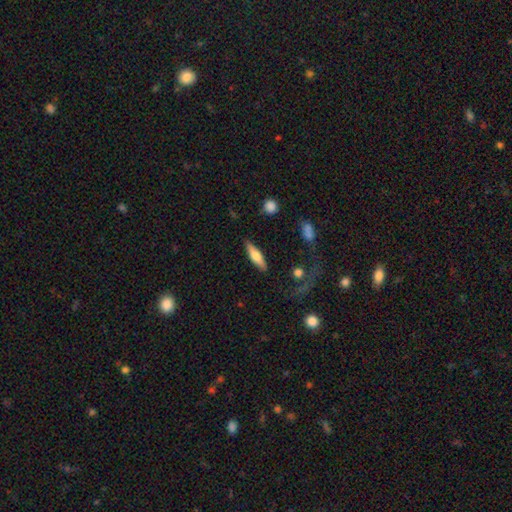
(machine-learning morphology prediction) smooth 57%, featured or disk 37%, star or artifact 6%. Down the decision tree: how rounded — cigar-shaped (65%); merging — none (86%).